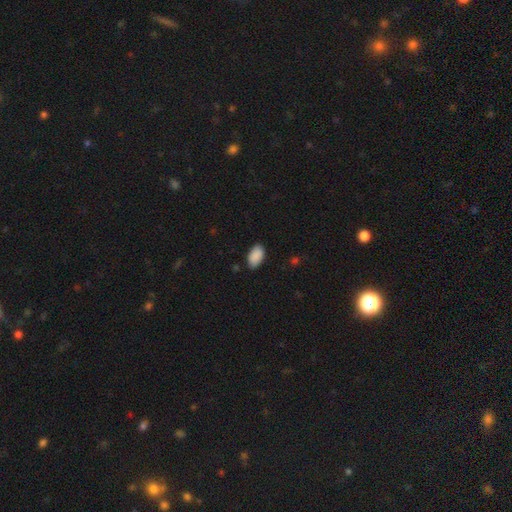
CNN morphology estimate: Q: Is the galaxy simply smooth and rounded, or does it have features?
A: smooth — 90%.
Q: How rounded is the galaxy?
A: in between — 95%.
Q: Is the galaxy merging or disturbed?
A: none — 82%.